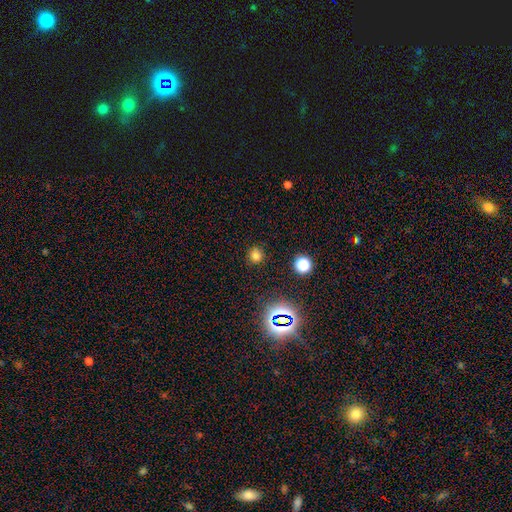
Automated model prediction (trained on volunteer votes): Smooth or featured?
  - smooth: 73% *
  - star or artifact: 21%
  - featured or disk: 5%
How rounded?
  - round: 87% *
  - in between: 12%
  - cigar-shaped: 1%
Merging?
  - none: 88% *
  - minor disturbance: 8%
  - major disturbance: 3%
  - merger: 2%